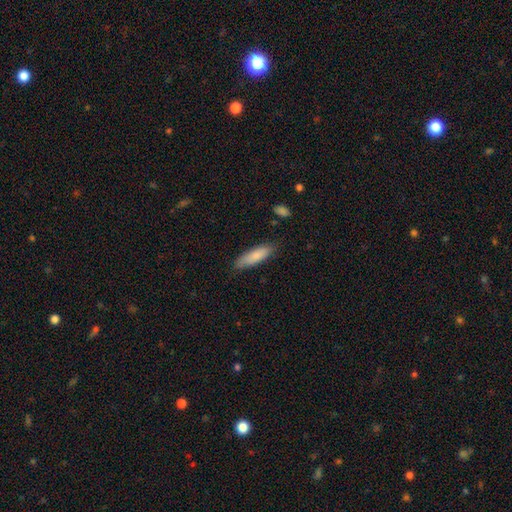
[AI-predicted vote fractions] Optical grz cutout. It shows a smooth galaxy with no disk features (84%) that is cigar-shaped (56%). Merging: none (80%).